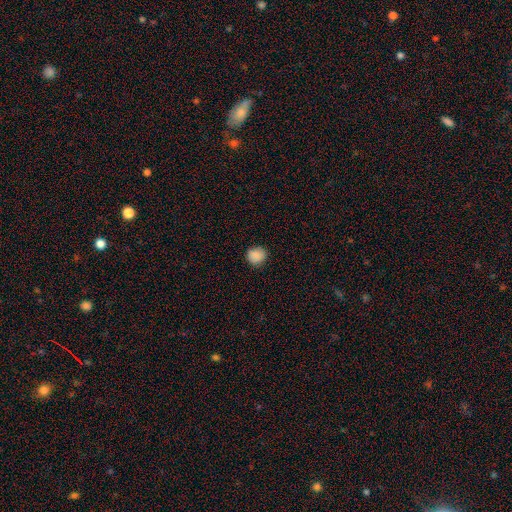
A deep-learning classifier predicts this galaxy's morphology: A smooth galaxy with no disk features (88%) that is round (85%). Merging: none (86%).